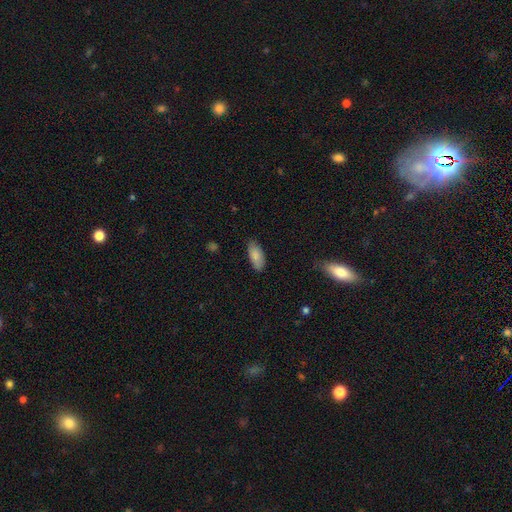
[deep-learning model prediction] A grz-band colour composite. It shows a smooth galaxy with no disk features (85%) that is in between round and cigar-shaped (87%). Merging: none (82%).